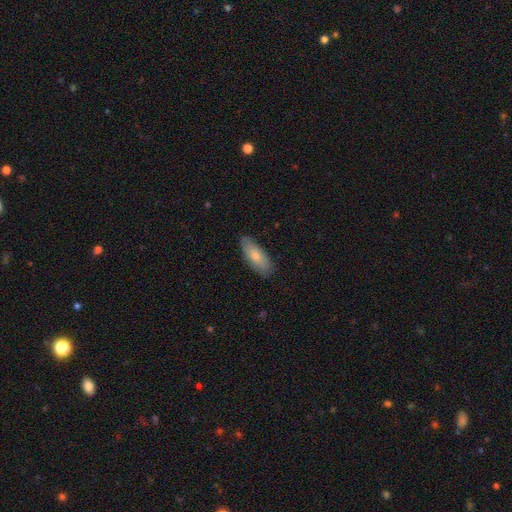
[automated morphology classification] smooth_or_featured: smooth (p=0.77) [alt: featured or disk p=0.18]
how_rounded: in between (p=0.79) [alt: cigar-shaped p=0.19]
merging: none (p=0.83) [alt: minor disturbance p=0.14]